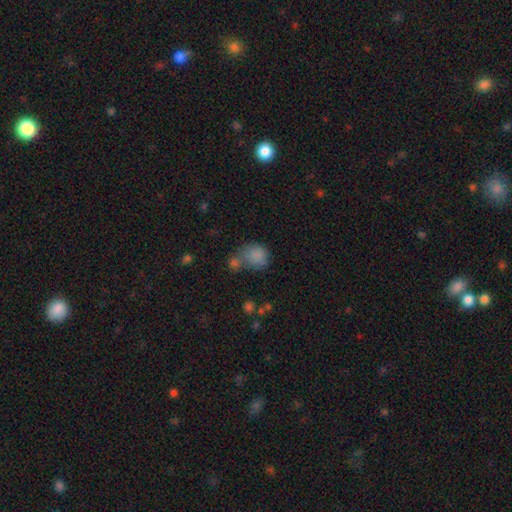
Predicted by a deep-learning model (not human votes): The model was most divided on "merging": merger: 39%, none: 37%, minor disturbance: 15%, major disturbance: 9%. More confident: smooth or featured — smooth (81%); how rounded — round (66%).